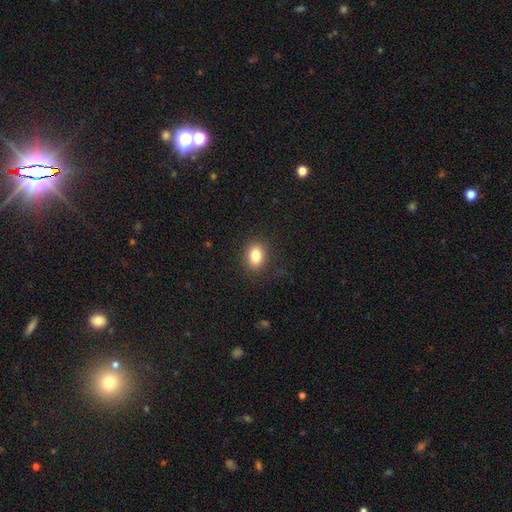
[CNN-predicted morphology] smooth 84%, star or artifact 9%, featured or disk 7%. Down the decision tree: how rounded — in between (73%); merging — none (85%).